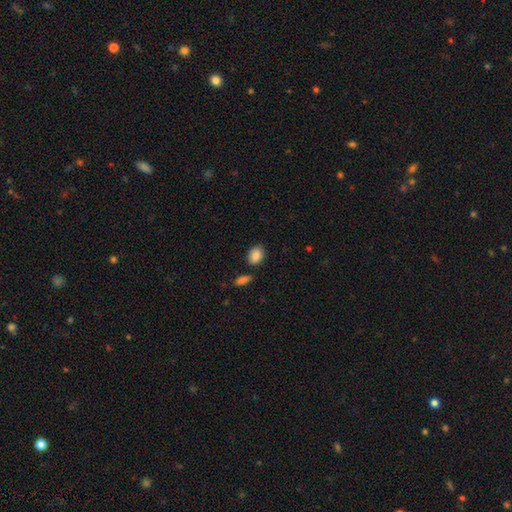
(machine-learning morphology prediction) This appears to be a smooth galaxy with no disk features (85%) that is in between round and cigar-shaped (69%). Merging: none (79%).